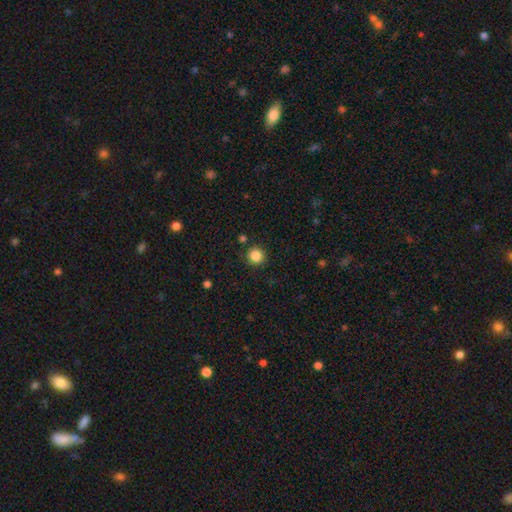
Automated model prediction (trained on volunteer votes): Q: Smooth or featured?
A: smooth (85%); runner-up: star or artifact (11%)
Q: How rounded?
A: round (95%); runner-up: in between (4%)
Q: Merging?
A: none (91%); runner-up: minor disturbance (6%)